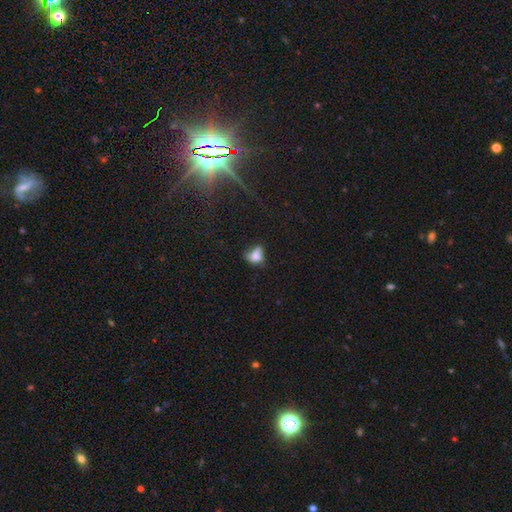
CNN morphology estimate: smooth 72%, featured or disk 15%, star or artifact 13%. Down the decision tree: how rounded — in between (67%); merging — none (34%).